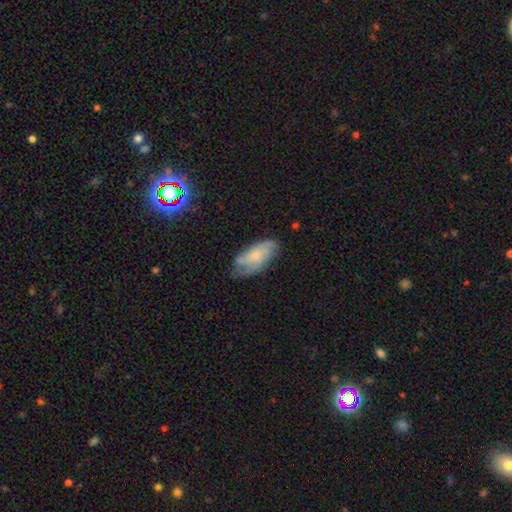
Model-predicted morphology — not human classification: Smooth or featured? Predicted: featured or disk (p=0.54). Edge-on disk? Predicted: no (p=0.93). Merging? Predicted: none (p=0.59).